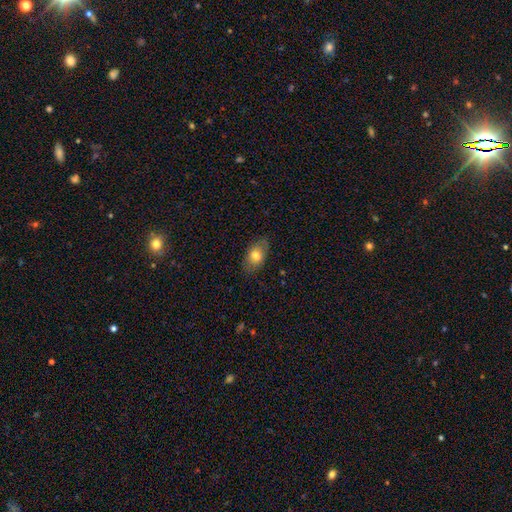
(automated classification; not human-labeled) Smooth or featured?
  - smooth: 75% *
  - featured or disk: 17%
  - star or artifact: 8%
How rounded?
  - in between: 84% *
  - round: 14%
  - cigar-shaped: 2%
Merging?
  - none: 80% *
  - minor disturbance: 16%
  - major disturbance: 4%
  - merger: 1%